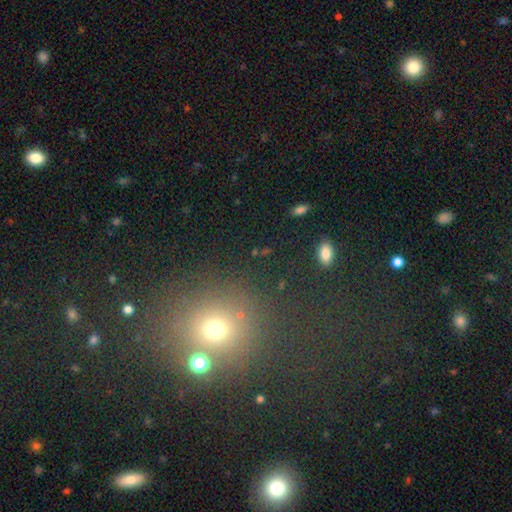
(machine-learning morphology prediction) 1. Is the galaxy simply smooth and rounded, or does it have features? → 52% smooth, 37% star or artifact, 11% featured or disk.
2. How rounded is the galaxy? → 75% round, 23% in between, 2% cigar-shaped.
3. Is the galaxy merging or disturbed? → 70% none, 11% minor disturbance, 11% merger, 8% major disturbance.